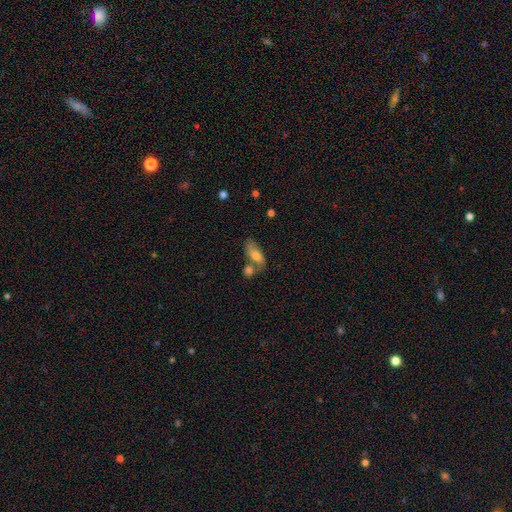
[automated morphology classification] Smooth or featured?
  - smooth: 70% *
  - featured or disk: 22%
  - star or artifact: 8%
How rounded?
  - in between: 78% *
  - cigar-shaped: 17%
  - round: 5%
Merging?
  - none: 40% *
  - merger: 35%
  - minor disturbance: 17%
  - major disturbance: 8%